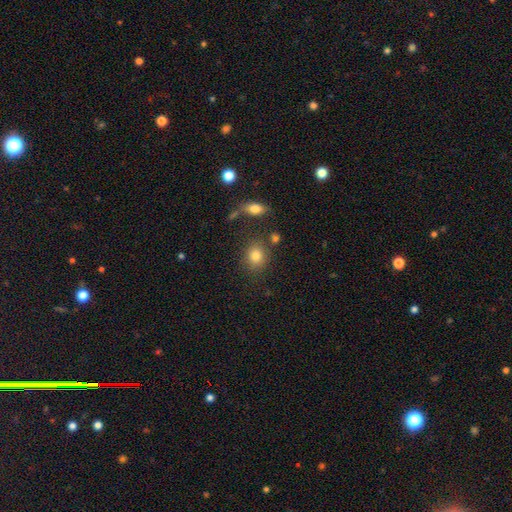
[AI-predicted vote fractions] Morphology: type=smooth (81%); roundness=round (60%); merging=none (77%).